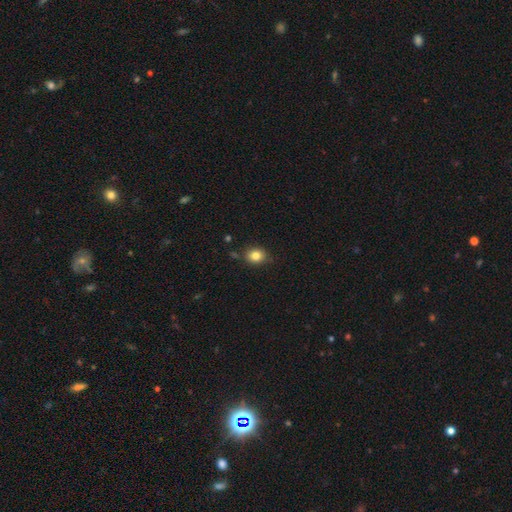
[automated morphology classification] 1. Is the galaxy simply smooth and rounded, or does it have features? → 83% smooth, 11% star or artifact, 6% featured or disk.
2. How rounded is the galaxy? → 65% round, 34% in between, 1% cigar-shaped.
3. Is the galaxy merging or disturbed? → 82% none, 13% minor disturbance, 3% major disturbance, 3% merger.